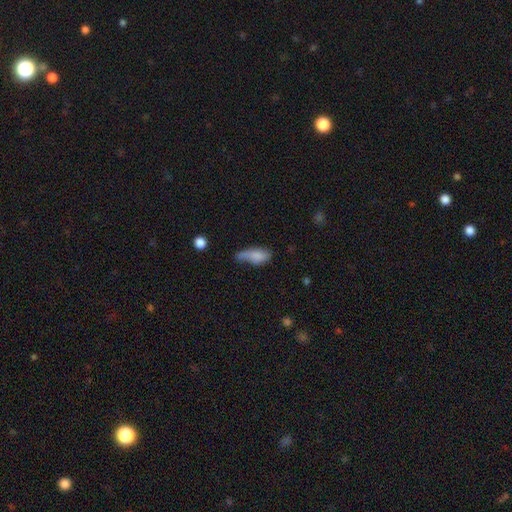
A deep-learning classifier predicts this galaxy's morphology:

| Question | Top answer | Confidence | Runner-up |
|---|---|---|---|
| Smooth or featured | smooth | 75% | featured or disk (16%) |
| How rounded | in between | 77% | cigar-shaped (19%) |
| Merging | minor disturbance | 39% | none (28%) |